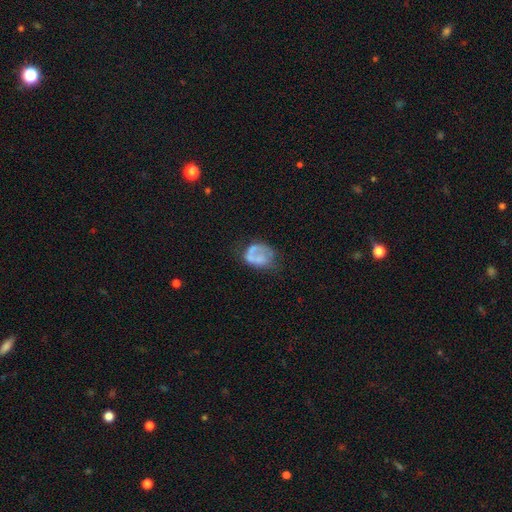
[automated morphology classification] Overall: smooth (49%; featured or disk 42%). Merging: none (37%; major disturbance 28%).